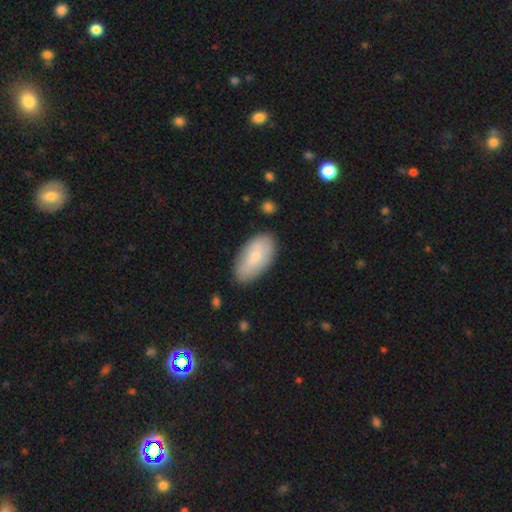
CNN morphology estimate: The model was most divided on "smooth or featured": smooth: 67%, featured or disk: 27%, star or artifact: 6%. More confident: how rounded — in between (94%); merging — none (80%).